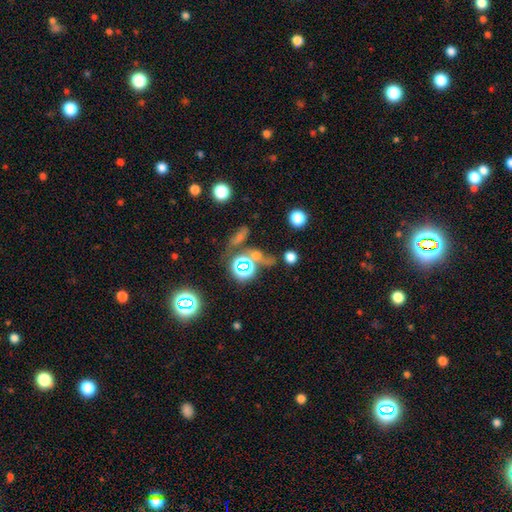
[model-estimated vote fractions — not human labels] Smooth or featured? star or artifact (45%)